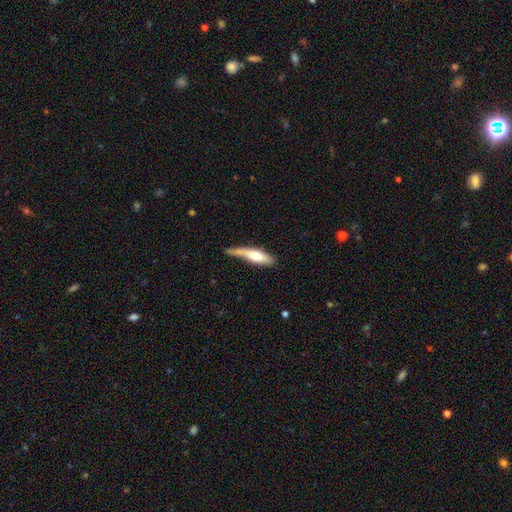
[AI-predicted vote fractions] A smooth galaxy with no disk features (58%) that is cigar-shaped (70%).

Vote fractions:
- Smooth or featured? smooth: 58% / featured or disk: 37% / star or artifact: 5%
- How rounded? cigar-shaped: 70% / in between: 28% / round: 2%
- Merging? none: 39% / minor disturbance: 38% / major disturbance: 16% / merger: 8%